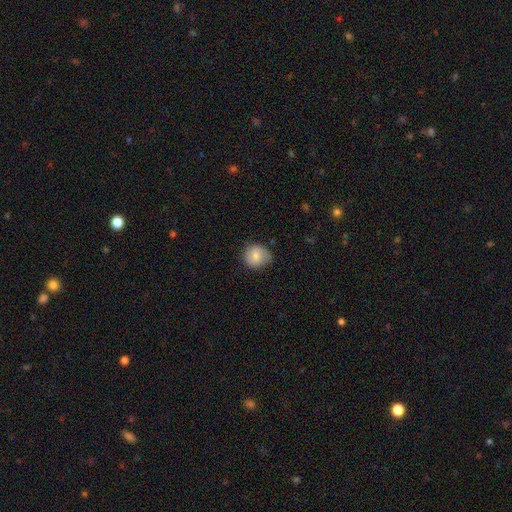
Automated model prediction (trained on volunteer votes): Smooth or featured?
  - smooth: 75% *
  - featured or disk: 17%
  - star or artifact: 7%
How rounded?
  - round: 77% *
  - in between: 22%
  - cigar-shaped: 1%
Merging?
  - none: 65% *
  - minor disturbance: 28%
  - major disturbance: 6%
  - merger: 1%